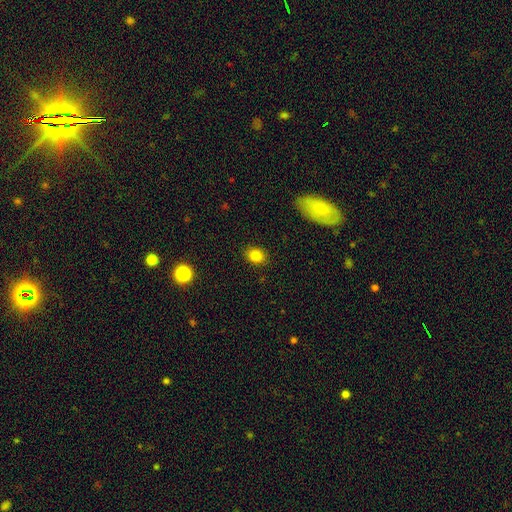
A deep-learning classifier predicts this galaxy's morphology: The model was most divided on "how rounded": round: 55%, in between: 44%, cigar-shaped: 1%. More confident: merging — none (89%); smooth or featured — smooth (83%).